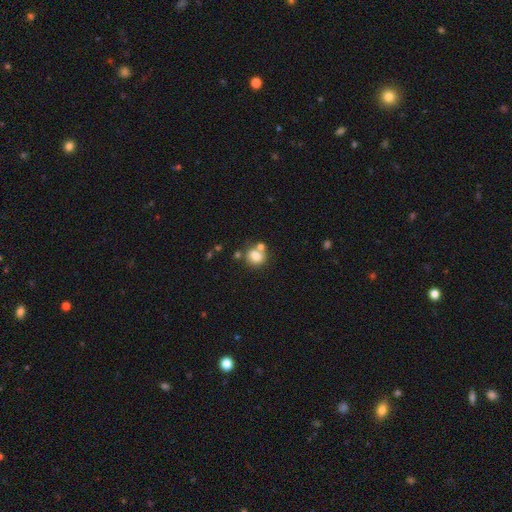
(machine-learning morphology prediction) A smooth galaxy with no disk features (79%) that is round (61%).

Vote fractions:
- Smooth or featured? smooth: 79% / star or artifact: 11% / featured or disk: 10%
- How rounded? round: 61% / in between: 38% / cigar-shaped: 1%
- Merging? none: 53% / merger: 29% / minor disturbance: 13% / major disturbance: 5%